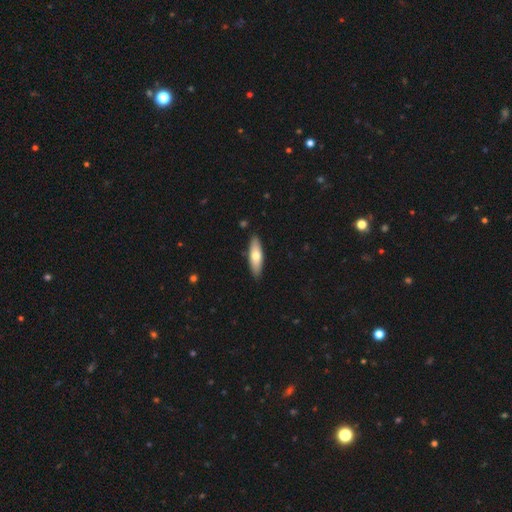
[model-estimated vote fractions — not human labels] Overall: smooth (65%; featured or disk 30%). How rounded: in between (50%; cigar-shaped 48%). Merging: none (88%).